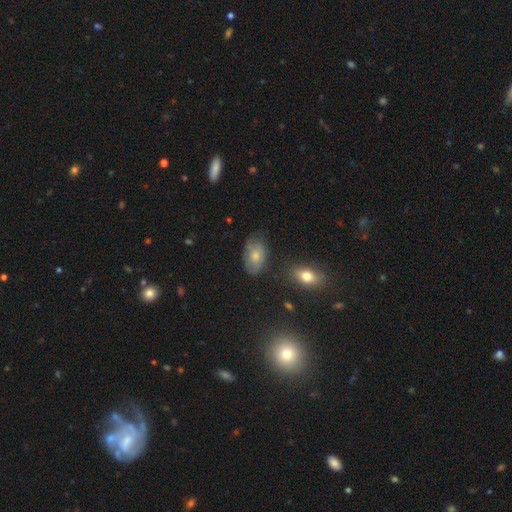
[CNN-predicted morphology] smooth 61%, featured or disk 30%, star or artifact 8%. Down the decision tree: how rounded — in between (90%); merging — none (63%).